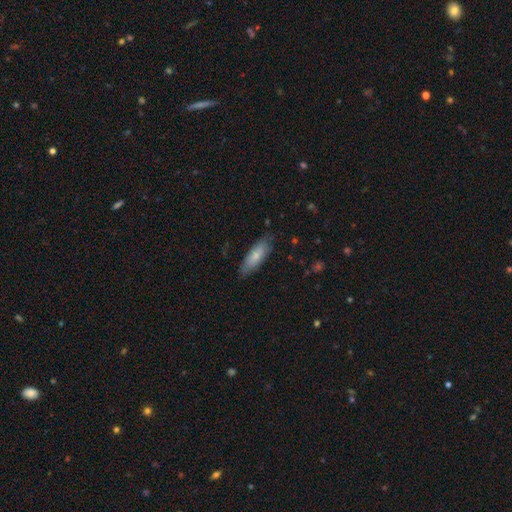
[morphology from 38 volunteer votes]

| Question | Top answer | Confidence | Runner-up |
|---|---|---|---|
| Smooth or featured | smooth | 71% | featured or disk (26%) |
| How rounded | cigar-shaped | 56% | in between (44%) |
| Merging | none | 81% | minor disturbance (16%) |